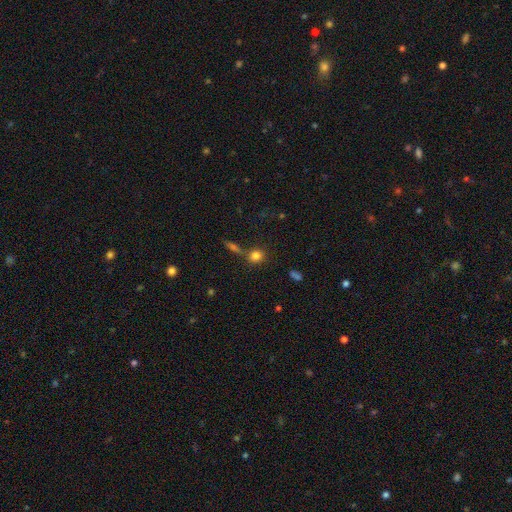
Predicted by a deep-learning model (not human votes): Q: Smooth or featured?
A: smooth (80%); runner-up: star or artifact (12%)
Q: How rounded?
A: round (78%); runner-up: in between (19%)
Q: Merging?
A: none (68%); runner-up: merger (17%)